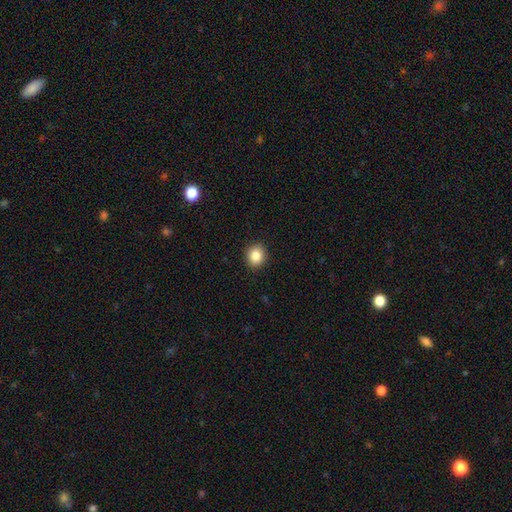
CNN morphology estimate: Overall: smooth (85%). How rounded: round (75%). Merging: none (91%).